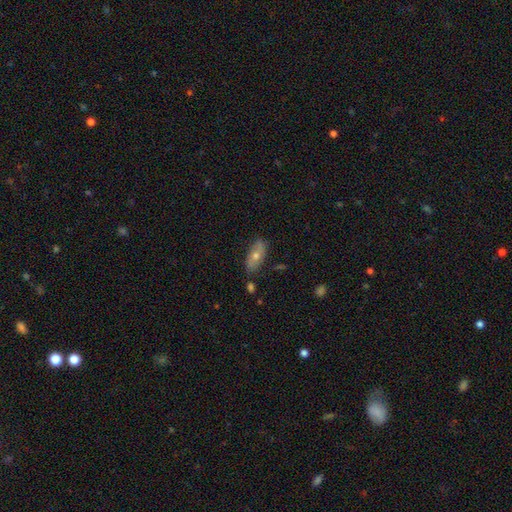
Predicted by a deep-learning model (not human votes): Smooth or featured: smooth — 48% (featured or disk — 44%)
Merging: none — 81% (minor disturbance — 14%)